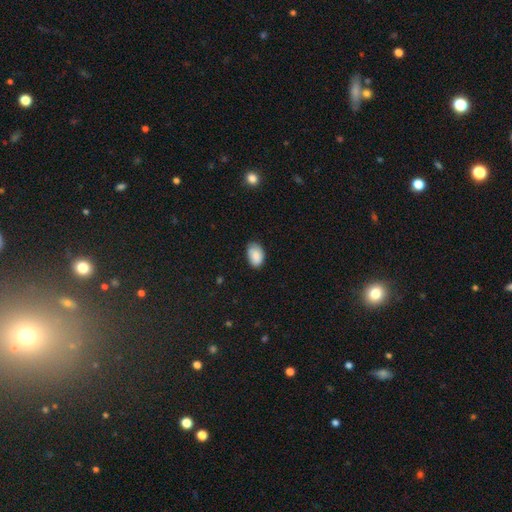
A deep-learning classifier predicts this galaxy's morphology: This appears to be a smooth galaxy with no disk features (85%) that is in between round and cigar-shaped (89%). Merging: none (66%).